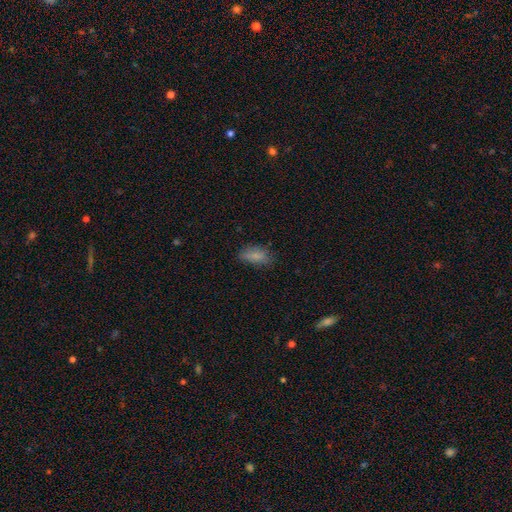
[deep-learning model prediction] Q: Smooth or featured?
A: smooth (82%); runner-up: star or artifact (9%)
Q: How rounded?
A: in between (82%); runner-up: cigar-shaped (15%)
Q: Merging?
A: none (69%); runner-up: minor disturbance (23%)